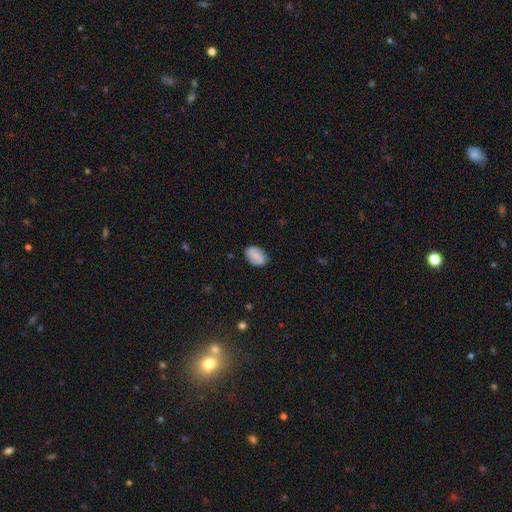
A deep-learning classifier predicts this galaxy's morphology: smooth 68%, featured or disk 24%, star or artifact 8%. Down the decision tree: how rounded — in between (84%); merging — none (82%).